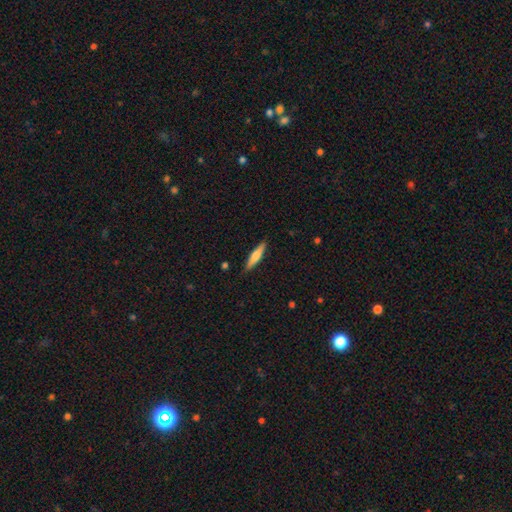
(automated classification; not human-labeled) Smooth or featured? smooth (56%)
How rounded? cigar-shaped (85%)
Merging? none (89%)